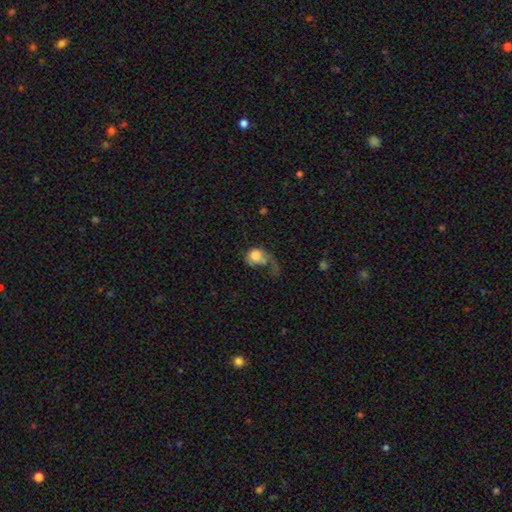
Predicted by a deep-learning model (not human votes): A smooth galaxy with no disk features (64%) that is round (62%). Merging: major disturbance (61%).